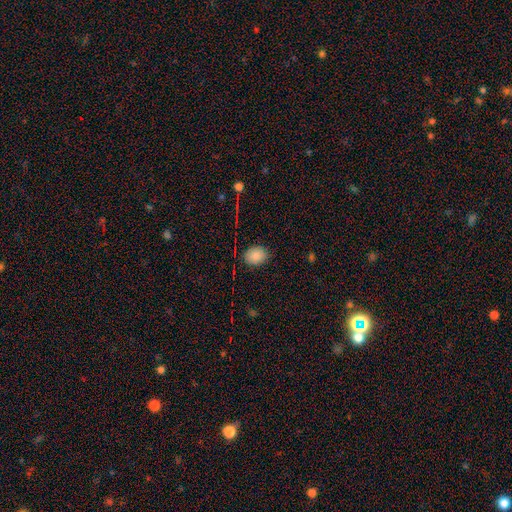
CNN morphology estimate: Smooth or featured? smooth (85%)
How rounded? in between (64%)
Merging? none (84%)